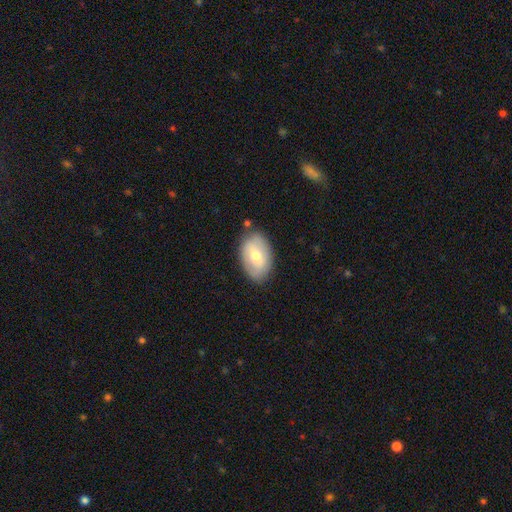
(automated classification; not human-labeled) This appears to be a smooth galaxy with no disk features (61%) that is in between round and cigar-shaped (89%). Merging: none (79%).